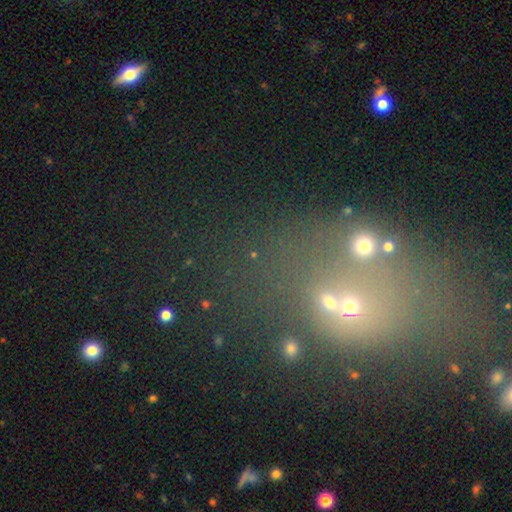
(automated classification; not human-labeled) Morphology: type=star or artifact (53%).